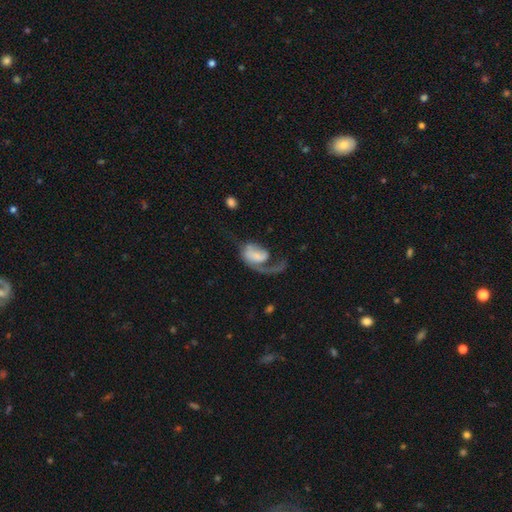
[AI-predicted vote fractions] Morphology: type=featured or disk (60%); edge-on=no (97%); bar=no (58%); spiral arms=yes (81%); bulge=none (41%); merging=major disturbance (57%).